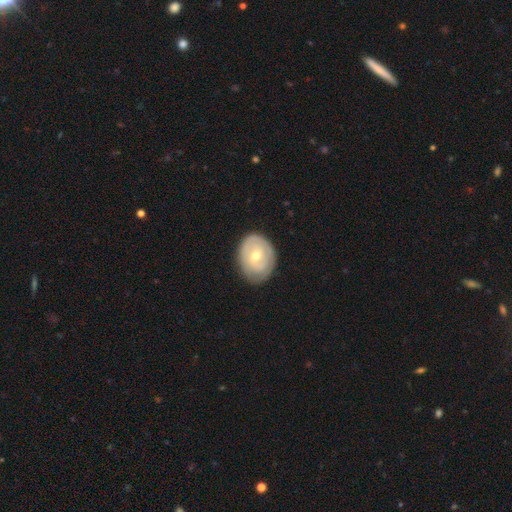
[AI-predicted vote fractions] smooth_or_featured: featured or disk (p=0.53) [alt: smooth p=0.42]
disk_edge_on: no (p=0.95) [alt: yes p=0.05]
merging: none (p=0.74) [alt: minor disturbance p=0.20]